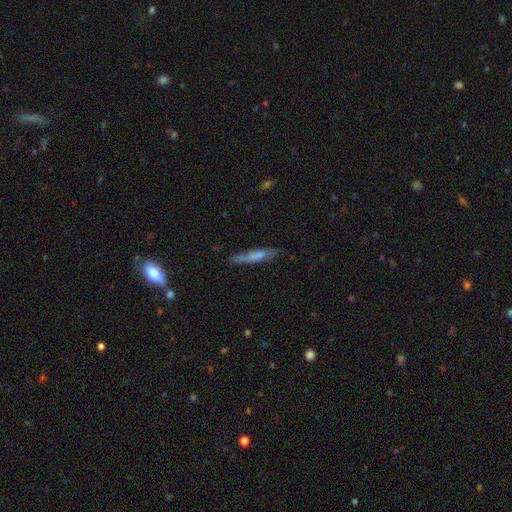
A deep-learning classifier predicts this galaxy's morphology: A smooth galaxy with no disk features (61%) that is cigar-shaped (90%). Merging: none (77%).